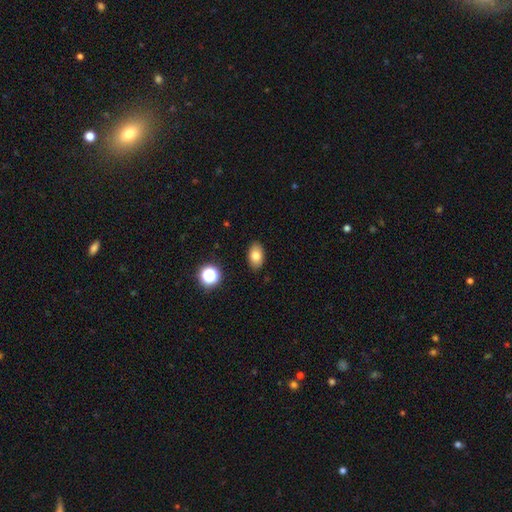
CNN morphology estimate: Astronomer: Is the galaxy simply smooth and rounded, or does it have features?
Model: smooth — 79%.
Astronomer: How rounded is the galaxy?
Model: in between — 88%.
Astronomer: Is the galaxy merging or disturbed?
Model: none — 88%.